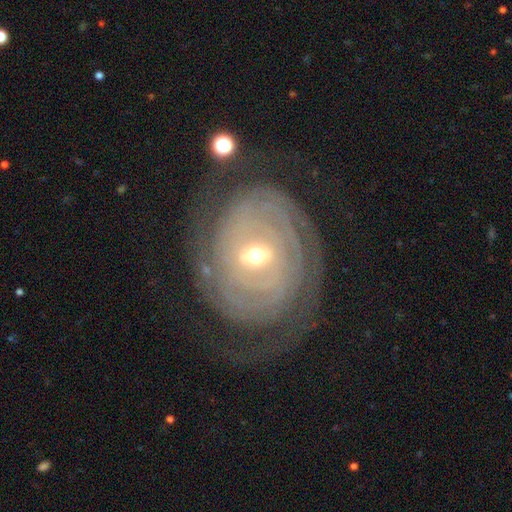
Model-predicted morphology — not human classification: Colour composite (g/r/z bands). It shows a featured or disk galaxy (85%) with a weak bar (47%), tight (77%) spiral arms (89%) and a small central bulge (50%). Merging: none (70%).